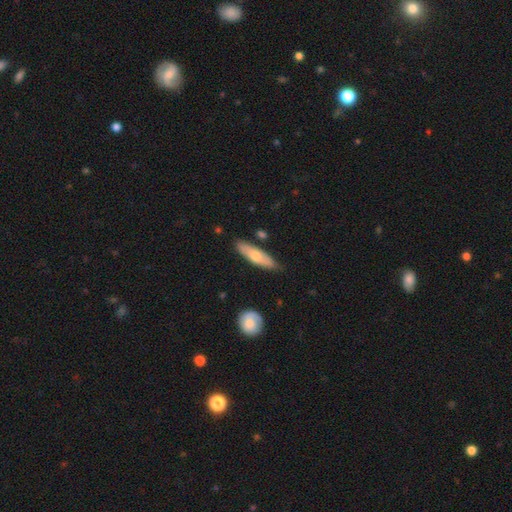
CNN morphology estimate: A smooth galaxy with no disk features (61%) that is cigar-shaped (64%).

Vote fractions:
- Smooth or featured? smooth: 61% / featured or disk: 34% / star or artifact: 5%
- How rounded? cigar-shaped: 64% / in between: 34% / round: 2%
- Merging? none: 79% / minor disturbance: 15% / merger: 3% / major disturbance: 2%